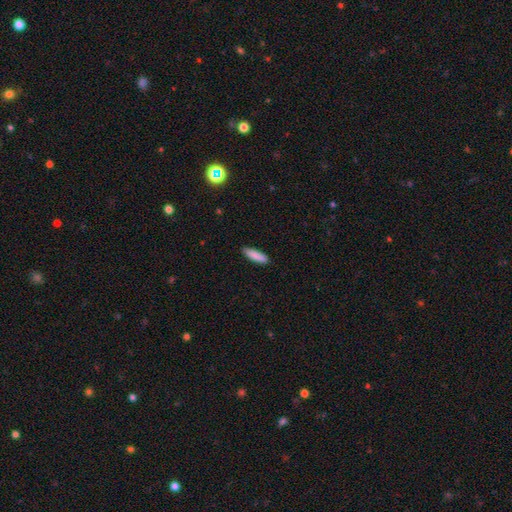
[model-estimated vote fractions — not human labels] smooth_or_featured: smooth (p=0.88) [alt: star or artifact p=0.06]
how_rounded: cigar-shaped (p=0.66) [alt: in between p=0.33]
merging: none (p=0.88) [alt: minor disturbance p=0.09]